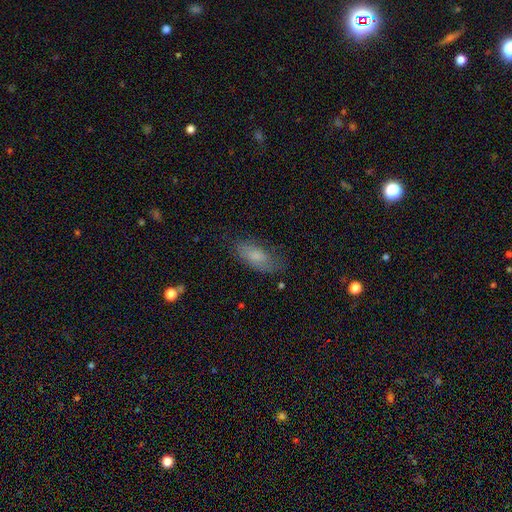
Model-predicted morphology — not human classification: smooth-or-featured: smooth: 71% | featured or disk: 21% | star or artifact: 8%
  how-rounded: in between: 86% | cigar-shaped: 11% | round: 3%
  merging: none: 66% | minor disturbance: 24% | major disturbance: 8% | merger: 2%